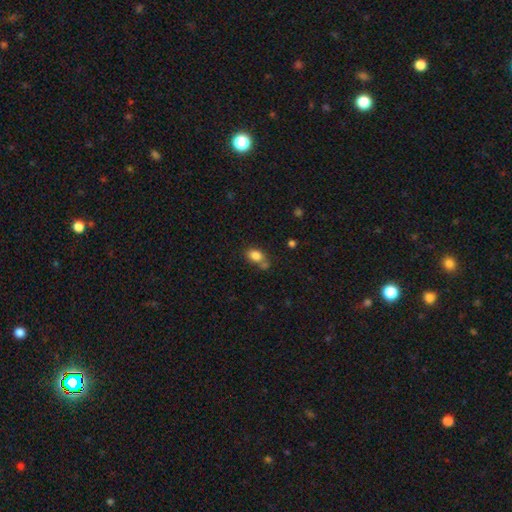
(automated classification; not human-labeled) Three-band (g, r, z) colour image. It shows a smooth galaxy with no disk features (83%) that is in between round and cigar-shaped (74%). Merging: none (54%).